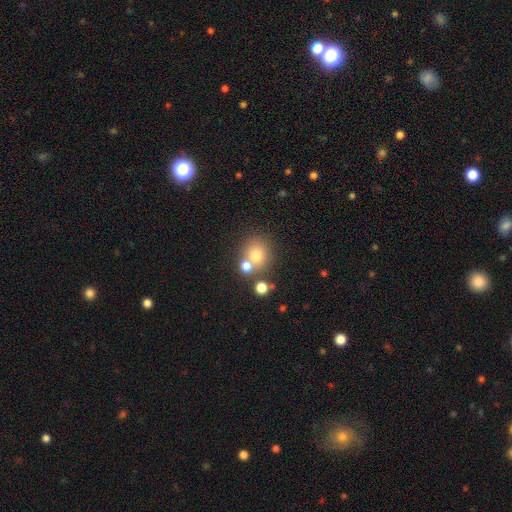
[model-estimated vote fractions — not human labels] smooth 73%, star or artifact 15%, featured or disk 13%. Down the decision tree: how rounded — round (80%); merging — none (55%).